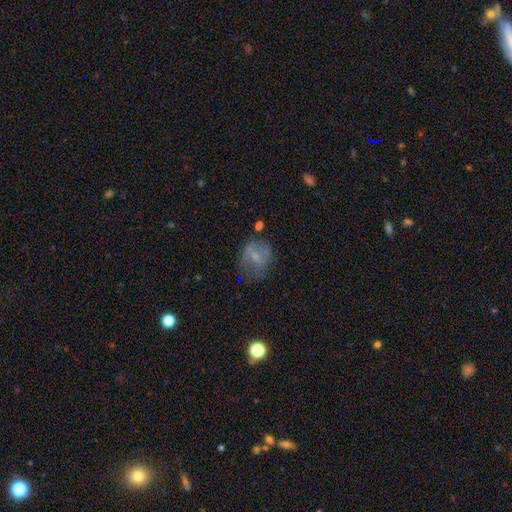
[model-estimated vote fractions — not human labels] Q: Smooth or featured?
A: smooth (54%); runner-up: featured or disk (35%)
Q: How rounded?
A: round (52%); runner-up: in between (47%)
Q: Merging?
A: none (45%); runner-up: minor disturbance (27%)